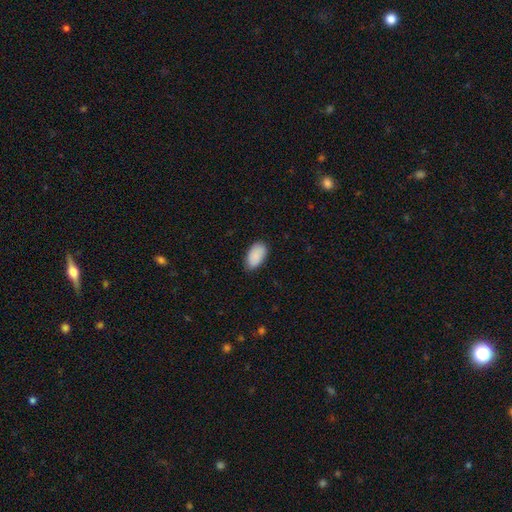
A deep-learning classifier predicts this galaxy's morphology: A smooth galaxy with no disk features (89%) that is in between round and cigar-shaped (95%). Merging: none (82%).